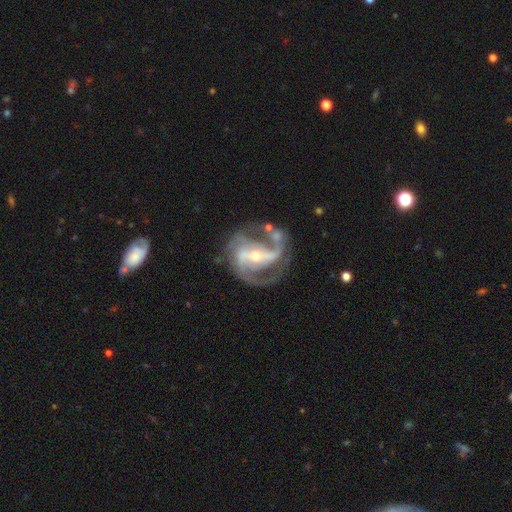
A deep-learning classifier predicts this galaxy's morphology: Smooth or featured? featured or disk (91%)
Edge-on disk? no (97%)
Bar? strong (58%)
Spiral arms? yes (97%)
Spiral winding? medium (55%)
Spiral arm count? 2 (61%)
Bulge size? small (60%)
Merging? none (59%)